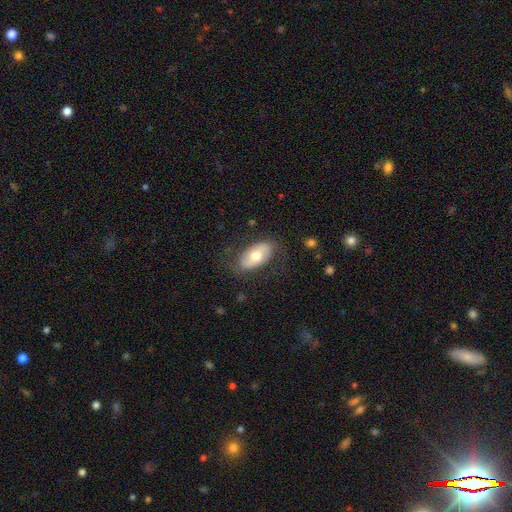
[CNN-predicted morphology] Smooth or featured? Predicted: smooth (p=0.59). How rounded? Predicted: in between (p=0.94). Merging? Predicted: none (p=0.77).